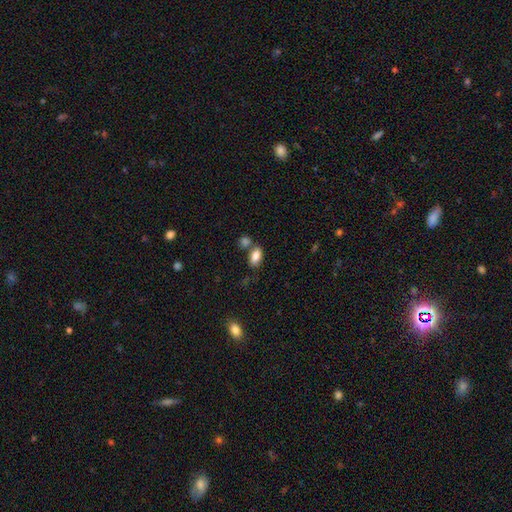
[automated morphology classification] A smooth galaxy with no disk features (84%) that is in between round and cigar-shaped (90%).

Vote fractions:
- Smooth or featured? smooth: 84% / star or artifact: 8% / featured or disk: 8%
- How rounded? in between: 90% / round: 6% / cigar-shaped: 4%
- Merging? none: 61% / merger: 22% / minor disturbance: 13% / major disturbance: 4%